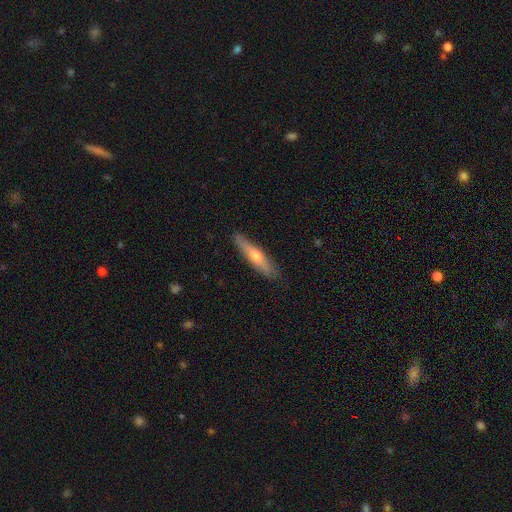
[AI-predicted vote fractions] Smooth or featured?
  - smooth: 49% *
  - featured or disk: 45%
  - star or artifact: 6%
Merging?
  - none: 87% *
  - minor disturbance: 10%
  - major disturbance: 2%
  - merger: 1%